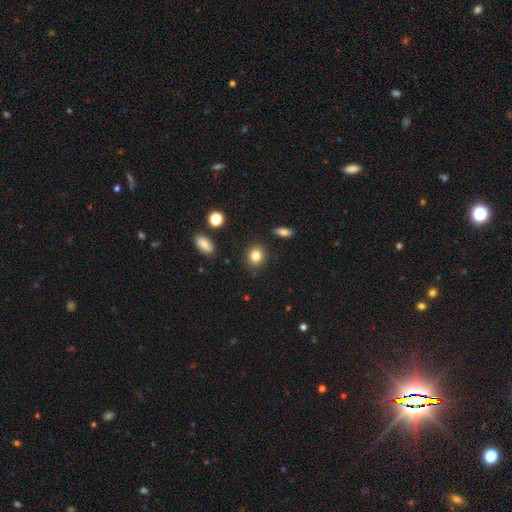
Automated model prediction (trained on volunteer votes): Smooth or featured: smooth — 83% (star or artifact — 10%)
How rounded: round — 65% (in between — 33%)
Merging: none — 87% (minor disturbance — 9%)